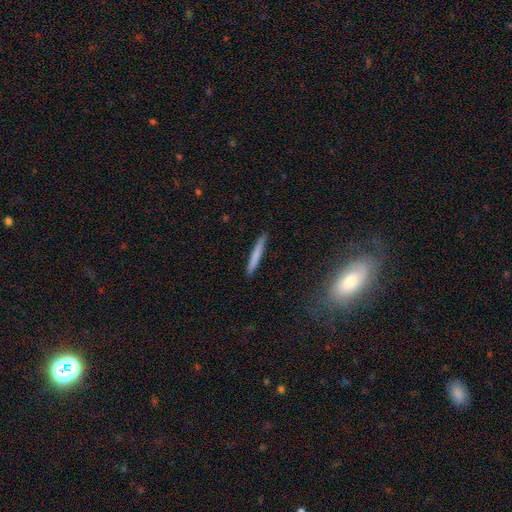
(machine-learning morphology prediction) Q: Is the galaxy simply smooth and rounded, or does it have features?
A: smooth — 72%.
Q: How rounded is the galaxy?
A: cigar-shaped — 96%.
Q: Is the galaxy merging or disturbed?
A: none — 90%.